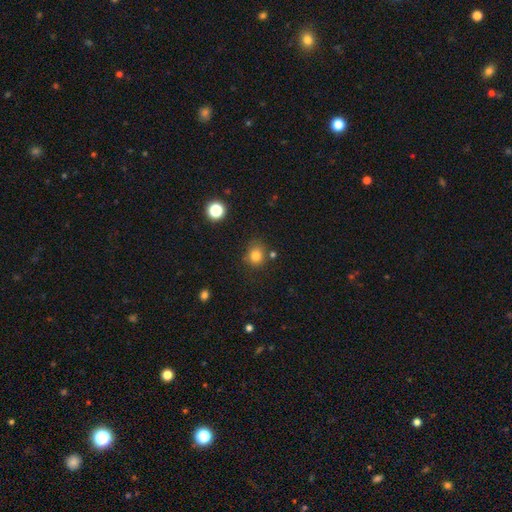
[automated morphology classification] smooth 81%, star or artifact 13%, featured or disk 6%. Down the decision tree: how rounded — round (78%); merging — none (73%).